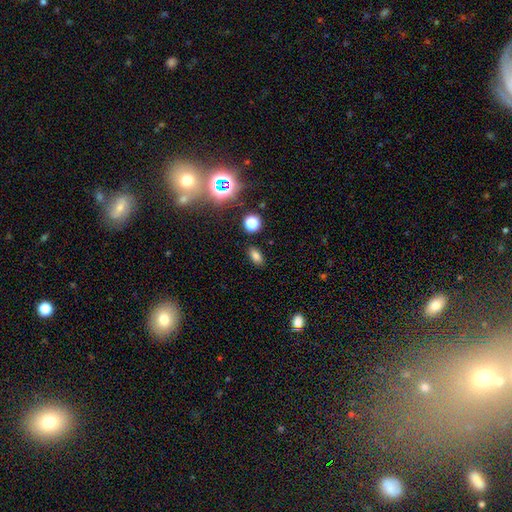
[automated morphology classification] smooth 76%, star or artifact 17%, featured or disk 7%. Down the decision tree: how rounded — in between (86%); merging — none (86%).